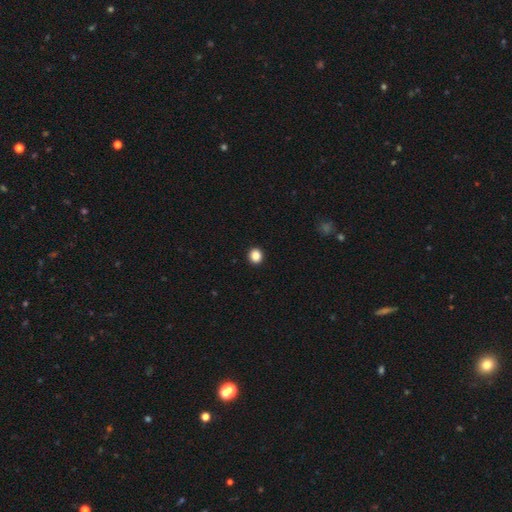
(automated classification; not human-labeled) Q: Smooth or featured?
A: smooth (87%); runner-up: star or artifact (10%)
Q: How rounded?
A: round (83%); runner-up: in between (16%)
Q: Merging?
A: none (93%); runner-up: minor disturbance (4%)